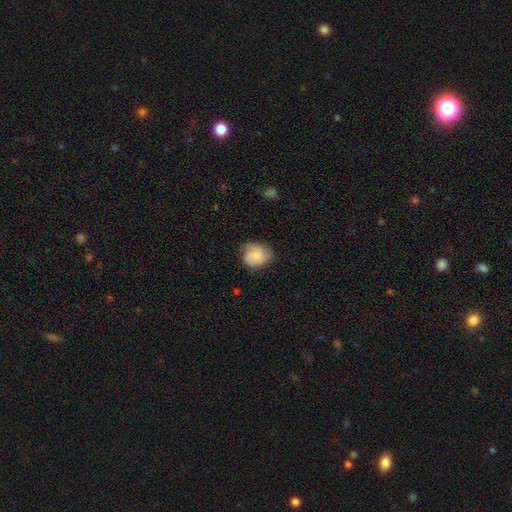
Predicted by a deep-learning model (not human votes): Overall: smooth (61%; featured or disk 31%). How rounded: round (59%; in between 40%). Merging: none (57%; minor disturbance 32%).